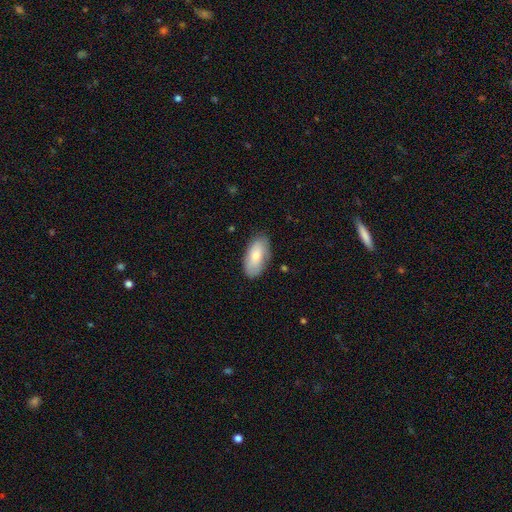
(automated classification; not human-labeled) A smooth galaxy with no disk features (75%) that is in between round and cigar-shaped (93%). Merging: none (79%).